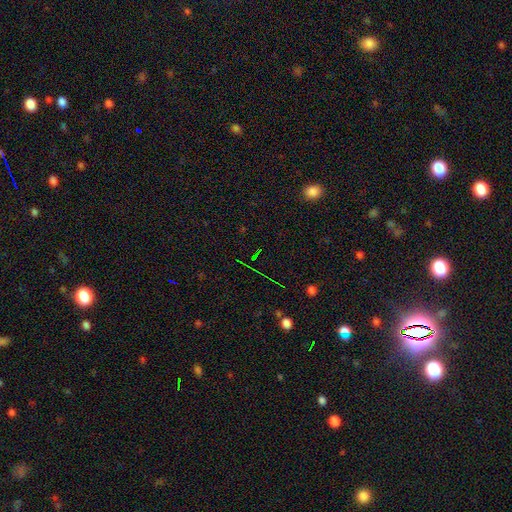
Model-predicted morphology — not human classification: Overall: star or artifact (73%).